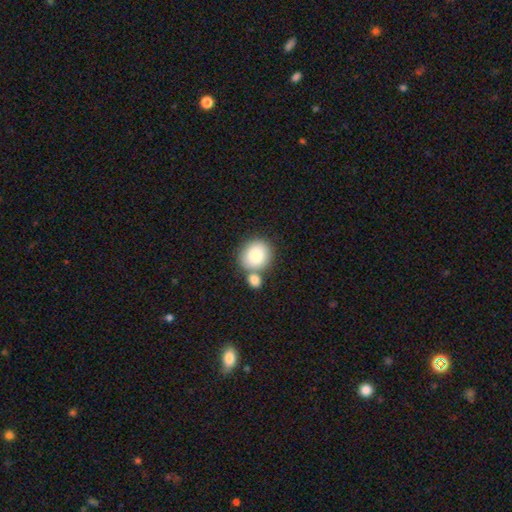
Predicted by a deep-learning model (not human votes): A smooth galaxy with no disk features (85%) that is round (78%).

Vote fractions:
- Smooth or featured? smooth: 85% / featured or disk: 8% / star or artifact: 7%
- How rounded? round: 78% / in between: 21% / cigar-shaped: 1%
- Merging? none: 52% / merger: 33% / minor disturbance: 11% / major disturbance: 4%